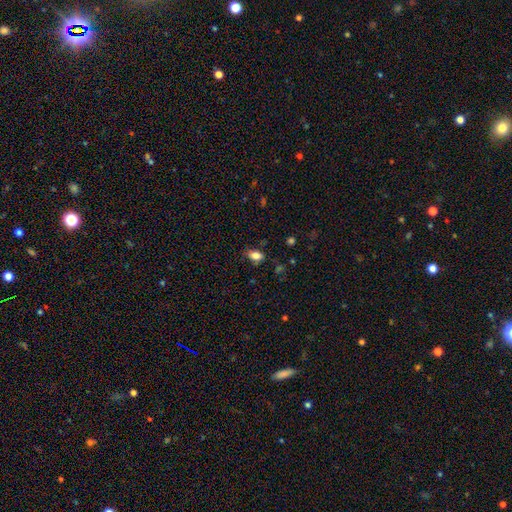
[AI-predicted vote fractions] smooth-or-featured: smooth: 83% | star or artifact: 10% | featured or disk: 6%
  how-rounded: in between: 86% | round: 11% | cigar-shaped: 3%
  merging: none: 77% | minor disturbance: 17% | major disturbance: 4% | merger: 2%